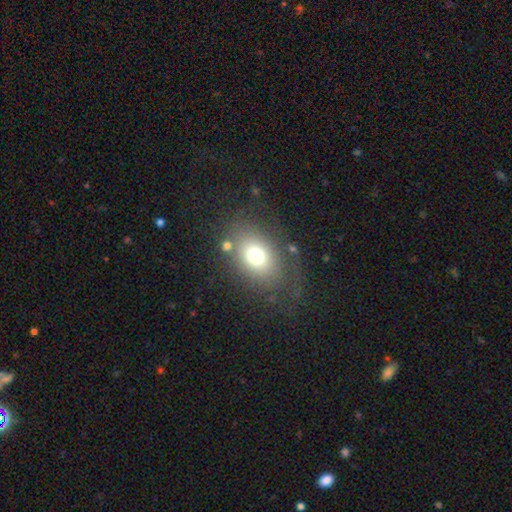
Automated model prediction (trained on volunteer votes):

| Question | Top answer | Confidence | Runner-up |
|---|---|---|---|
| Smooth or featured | smooth | 68% | featured or disk (19%) |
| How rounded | in between | 66% | round (33%) |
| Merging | none | 68% | minor disturbance (15%) |